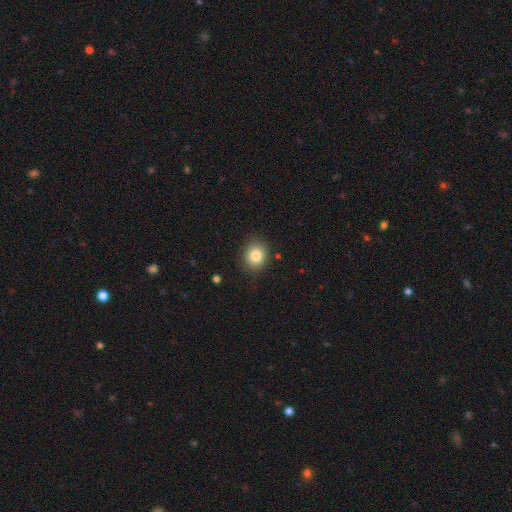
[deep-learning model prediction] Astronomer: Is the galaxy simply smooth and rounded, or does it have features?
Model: smooth — 84%.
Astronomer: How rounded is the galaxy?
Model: round — 70%.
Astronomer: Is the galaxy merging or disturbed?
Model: none — 87%.